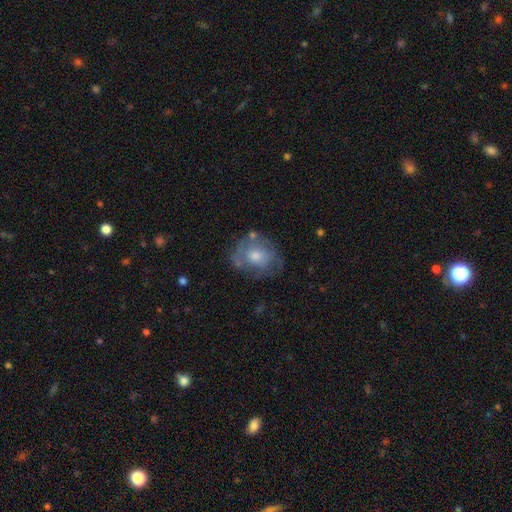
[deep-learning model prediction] smooth-or-featured: featured or disk: 50% | smooth: 41% | star or artifact: 9%
  merging: none: 61% | minor disturbance: 23% | major disturbance: 12% | merger: 4%